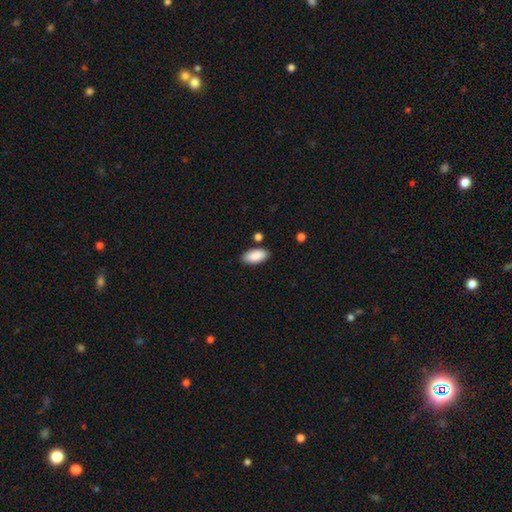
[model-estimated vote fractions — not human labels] This appears to be a smooth galaxy with no disk features (89%) that is in between round and cigar-shaped (93%). Merging: none (83%).